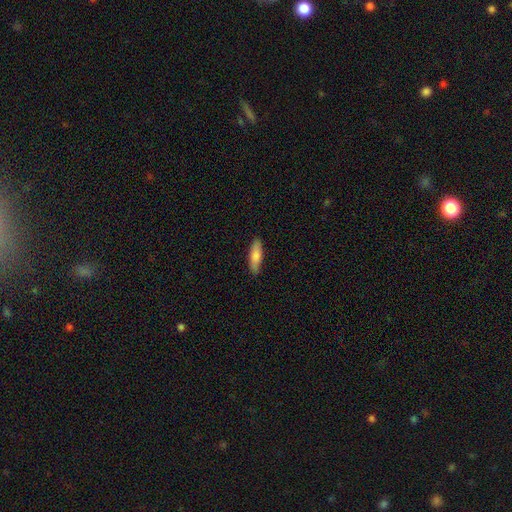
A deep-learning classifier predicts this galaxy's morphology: This is likely a smooth galaxy (79%). How rounded: possibly cigar-shaped (51%). Merging: clearly none (86%).